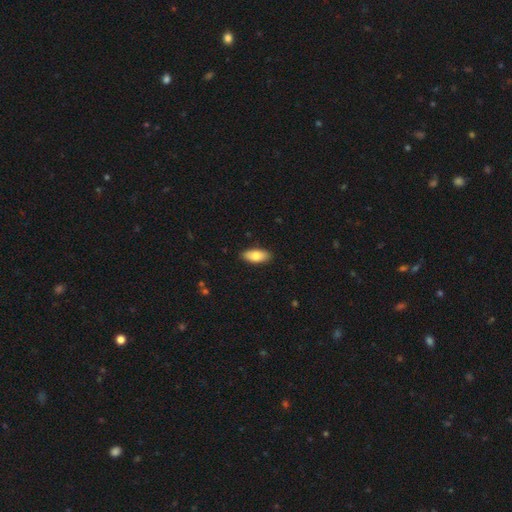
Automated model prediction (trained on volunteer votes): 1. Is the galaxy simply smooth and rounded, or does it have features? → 80% smooth, 14% featured or disk, 6% star or artifact.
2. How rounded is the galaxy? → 87% in between, 10% cigar-shaped, 2% round.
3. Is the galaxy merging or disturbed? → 89% none, 9% minor disturbance, 2% major disturbance, 1% merger.